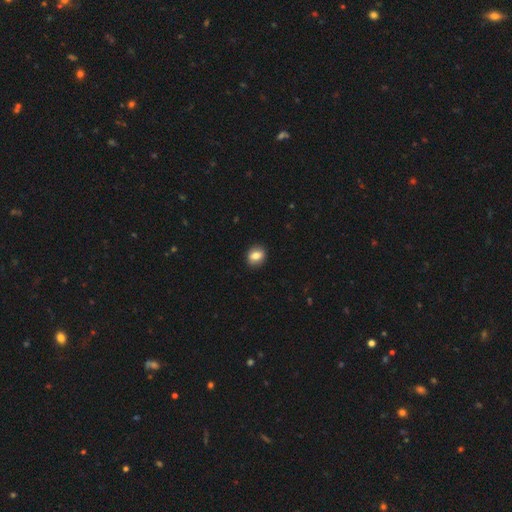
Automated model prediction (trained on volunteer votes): smooth-or-featured: smooth: 79% | featured or disk: 12% | star or artifact: 9%
  how-rounded: round: 56% | in between: 42% | cigar-shaped: 1%
  merging: none: 90% | minor disturbance: 7% | major disturbance: 2% | merger: 1%